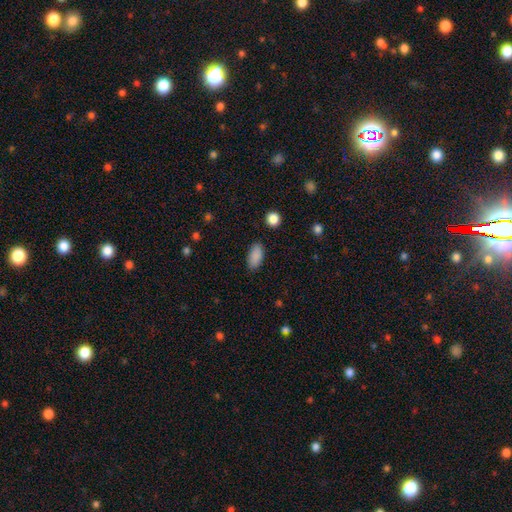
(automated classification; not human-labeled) Smooth or featured? Predicted: smooth (p=0.88). How rounded? Predicted: in between (p=0.92). Merging? Predicted: none (p=0.86).